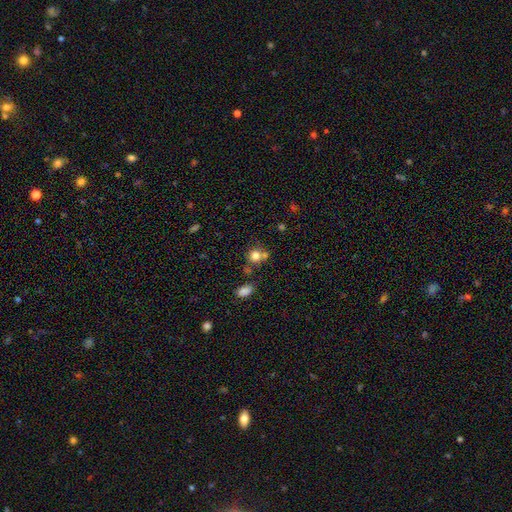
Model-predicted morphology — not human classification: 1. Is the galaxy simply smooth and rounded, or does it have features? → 78% smooth, 12% star or artifact, 10% featured or disk.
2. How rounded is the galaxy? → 82% round, 17% in between, 1% cigar-shaped.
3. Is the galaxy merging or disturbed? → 53% none, 30% merger, 12% minor disturbance, 5% major disturbance.